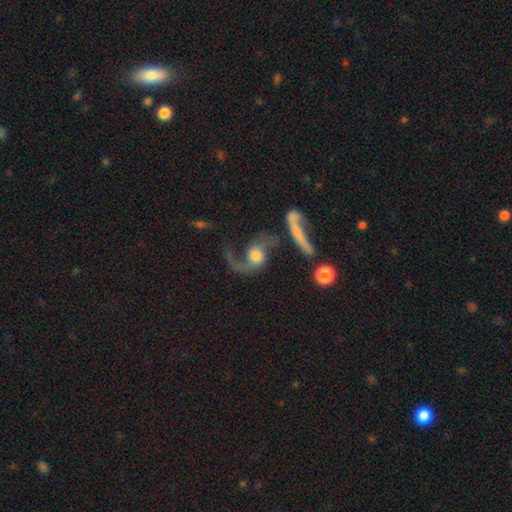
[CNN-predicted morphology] Overall: featured or disk (81%). Edge-on disk: no (95%). Bar: no (66%; weak 27%). Spiral arms: yes (94%). Spiral arm count: 2 (78%). Spiral winding: loose (79%). Bulge size: moderate (49%; large 26%). Merging: none (41%; major disturbance 27%).